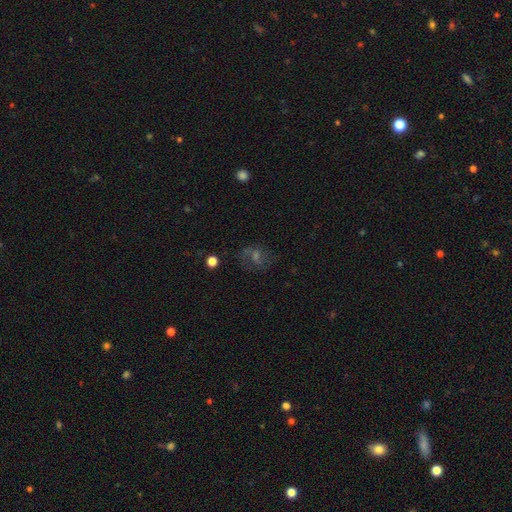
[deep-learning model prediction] Smooth or featured?
  - featured or disk: 47% *
  - star or artifact: 27%
  - smooth: 26%
Merging?
  - none: 67% *
  - minor disturbance: 17%
  - major disturbance: 14%
  - merger: 3%